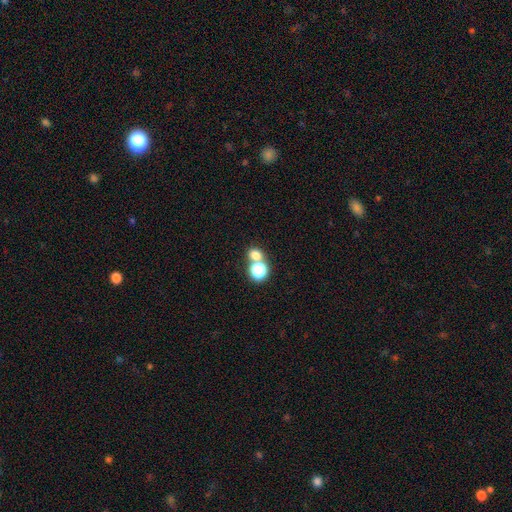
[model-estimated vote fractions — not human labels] Smooth or featured? Predicted: smooth (p=0.71). How rounded? Predicted: round (p=0.71). Merging? Predicted: none (p=0.49).